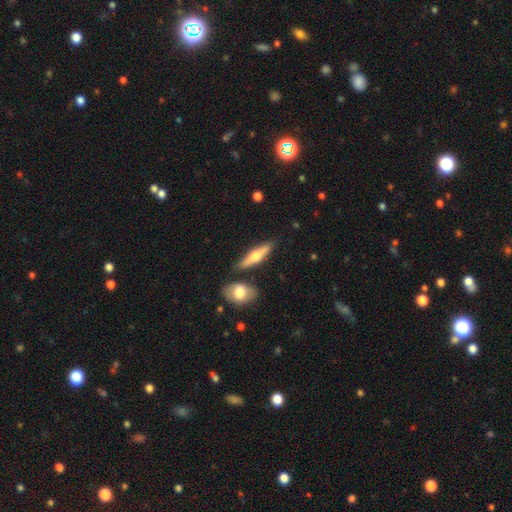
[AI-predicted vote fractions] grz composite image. It shows a featured or disk galaxy (50%). Merging: none (77%).